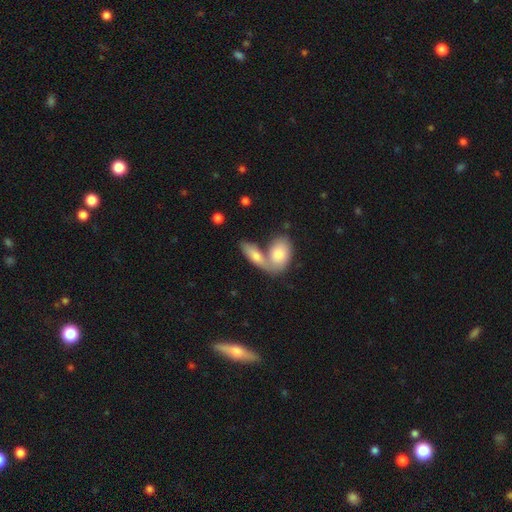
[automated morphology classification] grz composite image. It shows a smooth galaxy with no disk features (76%) that is in between round and cigar-shaped (80%). Merging: merger (60%).